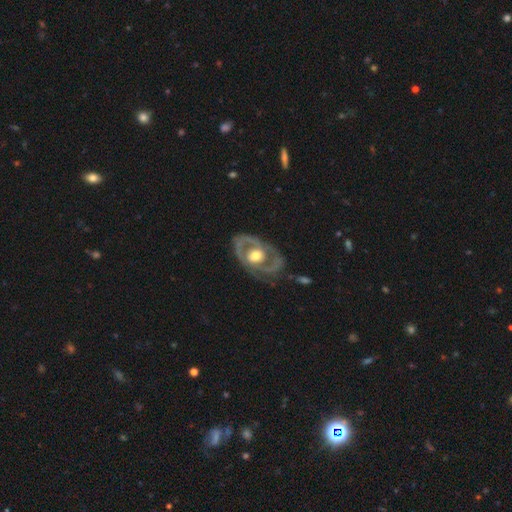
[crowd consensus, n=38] Smooth or featured? featured or disk (82%)
Edge-on disk? no (100%)
Bar? no (58%)
Spiral arms? yes (74%)
Spiral winding? medium (43%)
Spiral arm count? 2 (87%)
Bulge size? moderate (74%)
Merging? none (58%)